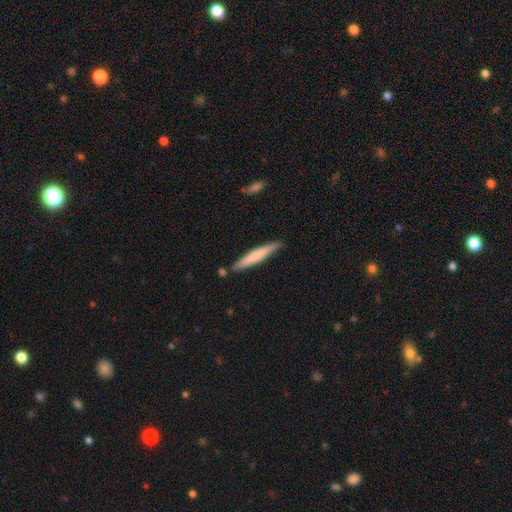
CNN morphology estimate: Q: Smooth or featured?
A: smooth (68%); runner-up: featured or disk (27%)
Q: How rounded?
A: cigar-shaped (94%); runner-up: in between (5%)
Q: Merging?
A: none (83%); runner-up: minor disturbance (11%)